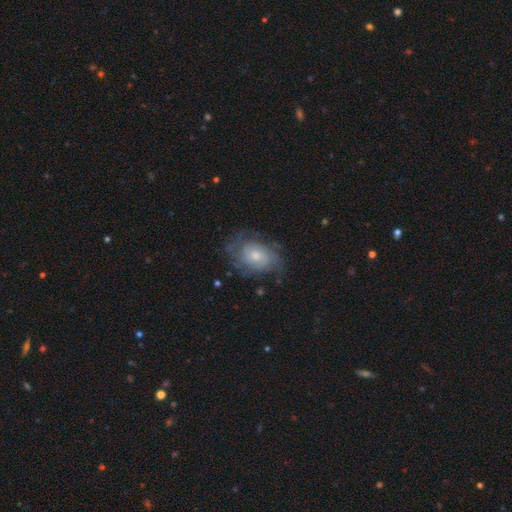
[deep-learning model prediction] Q: Smooth or featured?
A: featured or disk (66%); runner-up: smooth (27%)
Q: Edge-on disk?
A: no (97%); runner-up: yes (3%)
Q: Bar?
A: no (79%); runner-up: weak (19%)
Q: Spiral arms?
A: yes (83%); runner-up: no (17%)
Q: Spiral winding?
A: tight (55%); runner-up: medium (33%)
Q: Spiral arm count?
A: can't tell (52%); runner-up: 2 (19%)
Q: Bulge size?
A: small (50%); runner-up: moderate (41%)
Q: Merging?
A: none (64%); runner-up: minor disturbance (22%)